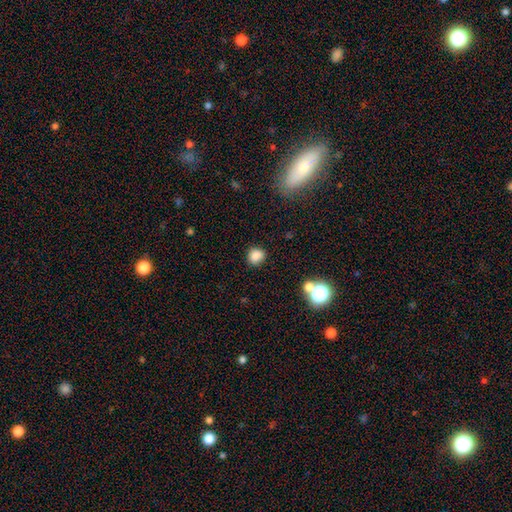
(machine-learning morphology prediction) smooth 83%, star or artifact 12%, featured or disk 5%. Down the decision tree: how rounded — round (76%); merging — none (81%).